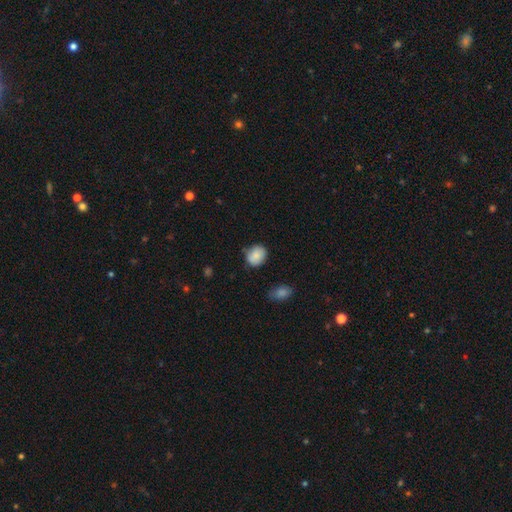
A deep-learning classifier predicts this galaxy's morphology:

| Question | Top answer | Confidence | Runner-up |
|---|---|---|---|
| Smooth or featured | smooth | 86% | star or artifact (8%) |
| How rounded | round | 62% | in between (37%) |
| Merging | none | 73% | minor disturbance (21%) |